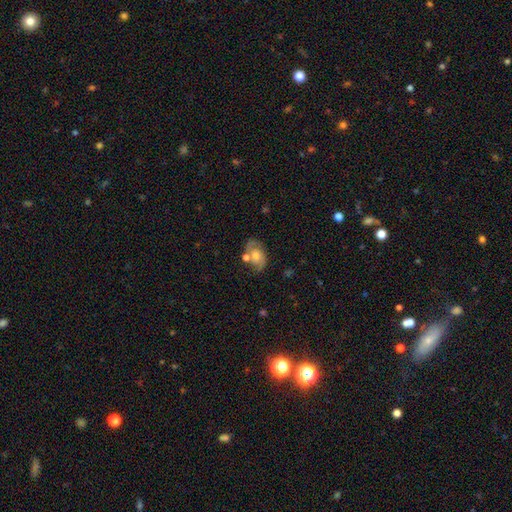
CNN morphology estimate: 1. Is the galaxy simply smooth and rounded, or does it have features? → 64% featured or disk, 28% smooth, 8% star or artifact.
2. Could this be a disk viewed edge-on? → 96% no, 4% yes.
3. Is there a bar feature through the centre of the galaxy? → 69% no, 27% weak, 5% strong.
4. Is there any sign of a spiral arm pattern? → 84% yes, 16% no.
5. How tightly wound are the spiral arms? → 49% medium, 26% tight, 25% loose.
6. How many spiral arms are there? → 83% 2, 9% can't tell, 4% 1, 2% 3, 1% 4, 1% more than 4.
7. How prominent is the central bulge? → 60% moderate, 25% small, 10% large, 3% none, 2% dominant.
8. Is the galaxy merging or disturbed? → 58% none, 18% minor disturbance, 16% merger, 8% major disturbance.